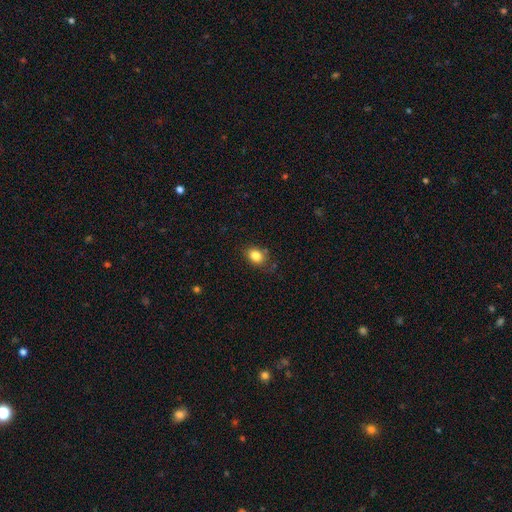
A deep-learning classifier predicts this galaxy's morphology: smooth-or-featured: smooth: 84% | star or artifact: 10% | featured or disk: 6%
  how-rounded: in between: 62% | round: 37% | cigar-shaped: 1%
  merging: none: 76% | minor disturbance: 18% | major disturbance: 4% | merger: 2%